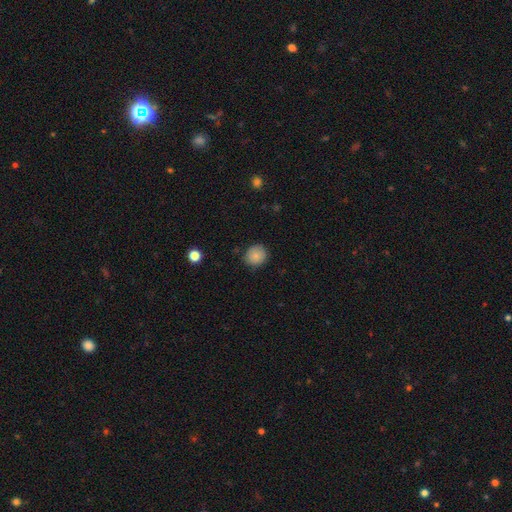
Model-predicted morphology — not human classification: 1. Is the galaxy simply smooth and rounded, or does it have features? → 86% smooth, 9% star or artifact, 5% featured or disk.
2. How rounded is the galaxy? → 84% round, 15% in between, 1% cigar-shaped.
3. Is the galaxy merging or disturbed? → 83% none, 13% minor disturbance, 3% major disturbance, 1% merger.